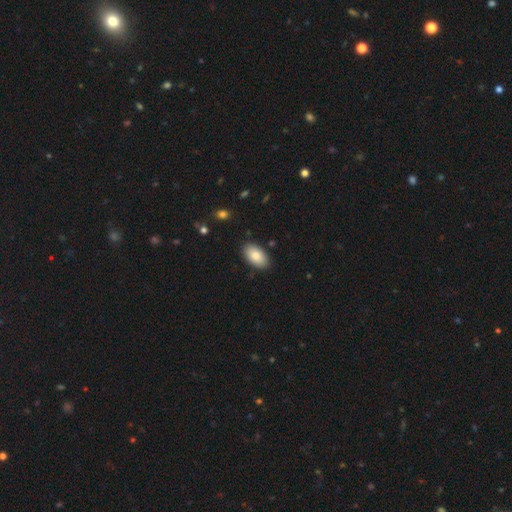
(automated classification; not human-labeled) Smooth or featured: smooth — 82% (featured or disk — 11%)
How rounded: in between — 95% (round — 4%)
Merging: none — 87% (minor disturbance — 9%)